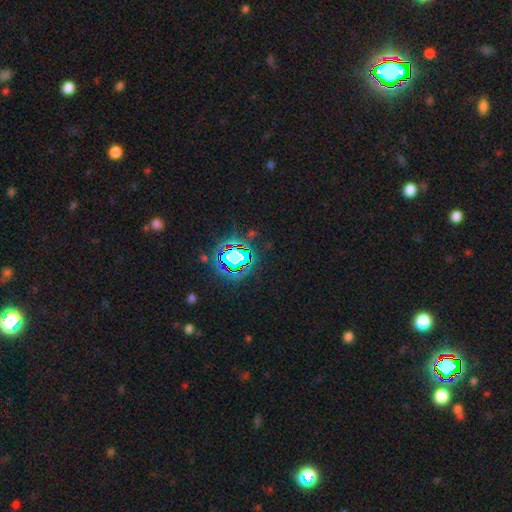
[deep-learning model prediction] Smooth or featured: star or artifact — 79% (smooth — 13%)